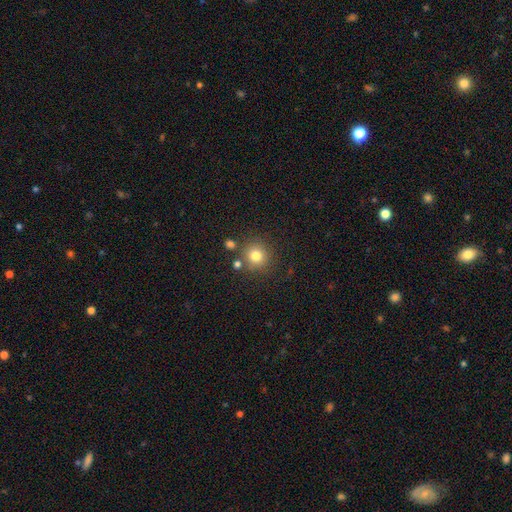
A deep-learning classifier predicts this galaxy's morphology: This appears to be a smooth galaxy with no disk features (79%) that is round (93%). Merging: none (80%).